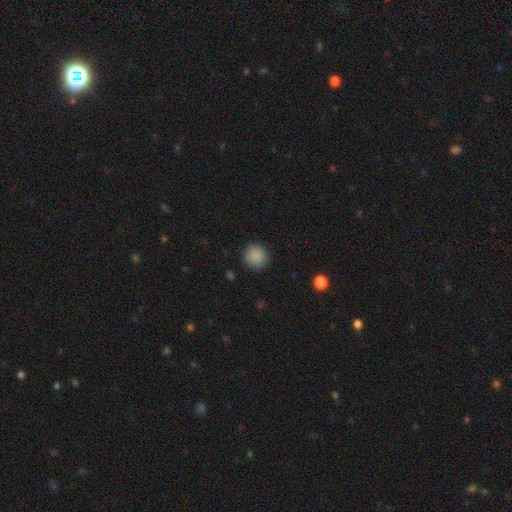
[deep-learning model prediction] smooth-or-featured: smooth: 88% | star or artifact: 9% | featured or disk: 3%
  how-rounded: round: 92% | in between: 7% | cigar-shaped: 1%
  merging: none: 89% | minor disturbance: 7% | major disturbance: 2% | merger: 1%